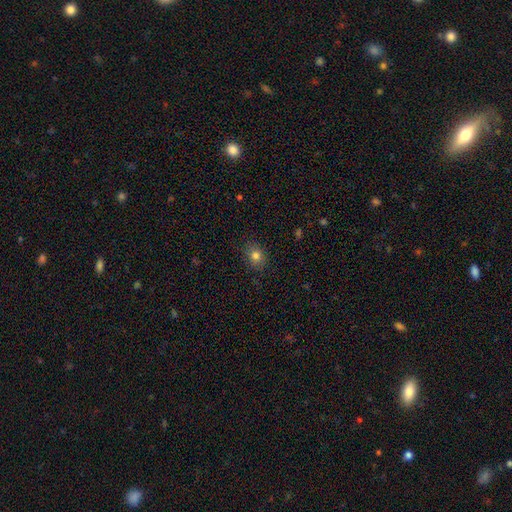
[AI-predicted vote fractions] smooth_or_featured: smooth (p=0.80) [alt: star or artifact p=0.13]
how_rounded: round (p=0.55) [alt: in between p=0.44]
merging: none (p=0.86) [alt: minor disturbance p=0.10]